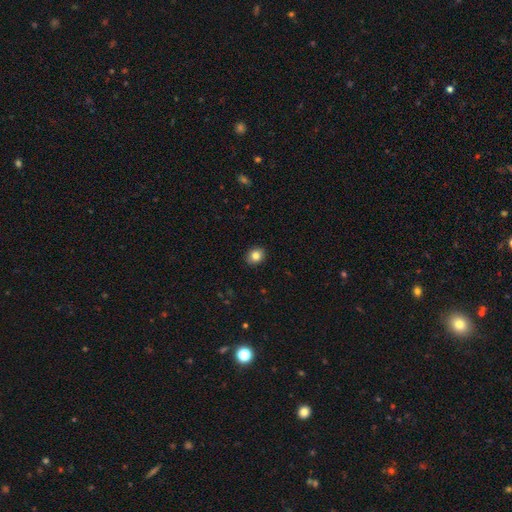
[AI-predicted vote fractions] Smooth or featured: smooth — 83% (star or artifact — 10%)
How rounded: round — 65% (in between — 34%)
Merging: none — 90% (minor disturbance — 7%)